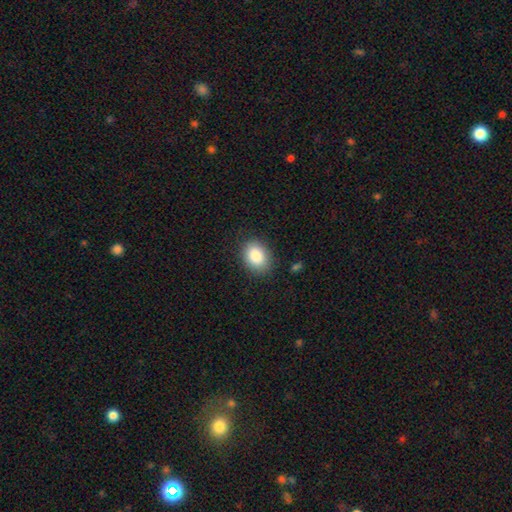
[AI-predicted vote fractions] This appears to be a smooth galaxy with no disk features (86%) that is in between round and cigar-shaped (68%). Merging: none (86%).